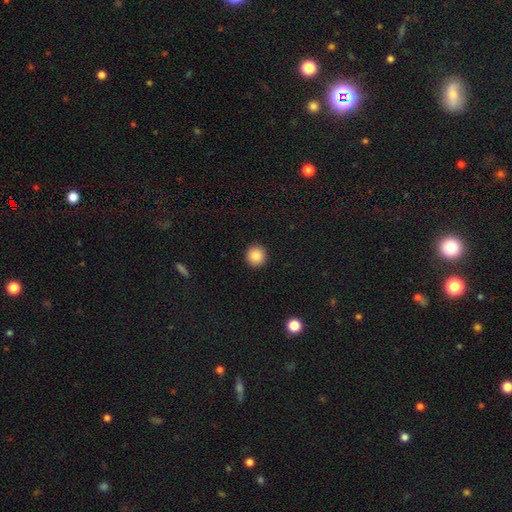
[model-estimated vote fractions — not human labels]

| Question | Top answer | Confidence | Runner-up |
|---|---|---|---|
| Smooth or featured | smooth | 86% | star or artifact (9%) |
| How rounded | round | 94% | in between (5%) |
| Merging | none | 93% | minor disturbance (4%) |